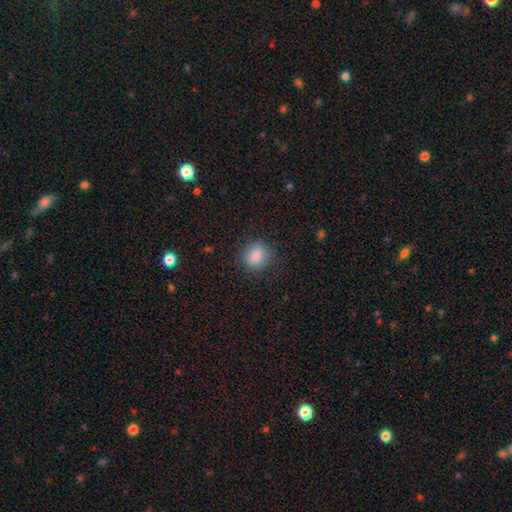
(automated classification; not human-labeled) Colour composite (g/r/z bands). It shows a smooth galaxy with no disk features (84%) that is round (54%). Merging: none (81%).